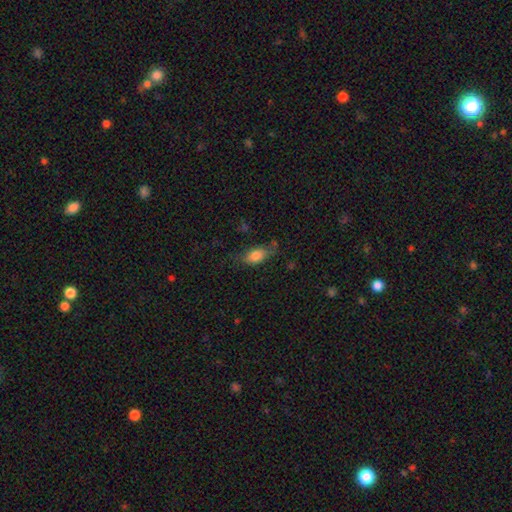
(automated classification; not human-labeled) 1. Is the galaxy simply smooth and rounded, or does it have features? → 80% smooth, 12% featured or disk, 8% star or artifact.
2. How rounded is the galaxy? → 84% in between, 9% cigar-shaped, 7% round.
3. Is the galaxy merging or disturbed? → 60% none, 27% minor disturbance, 10% major disturbance, 3% merger.